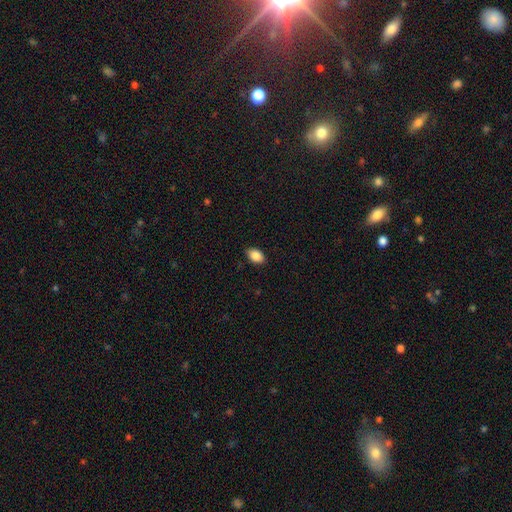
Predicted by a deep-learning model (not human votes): Smooth or featured? Predicted: smooth (p=0.88). How rounded? Predicted: in between (p=0.88). Merging? Predicted: none (p=0.86).